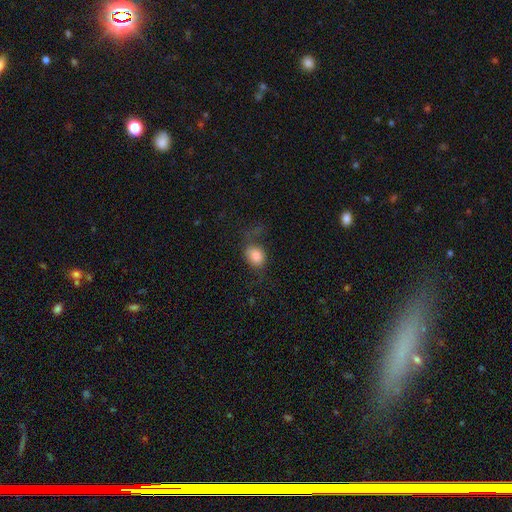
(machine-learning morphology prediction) The model was most divided on "how rounded": in between: 54%, round: 44%, cigar-shaped: 2%. Remaining: smooth or featured — smooth (76%); merging — none (44%).